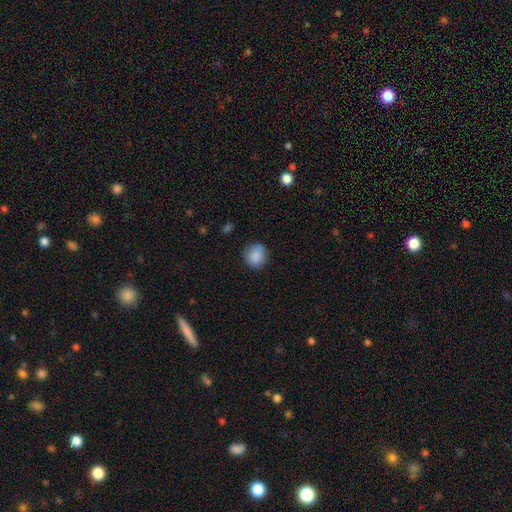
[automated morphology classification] Smooth or featured? smooth (86%)
How rounded? round (81%)
Merging? none (78%)